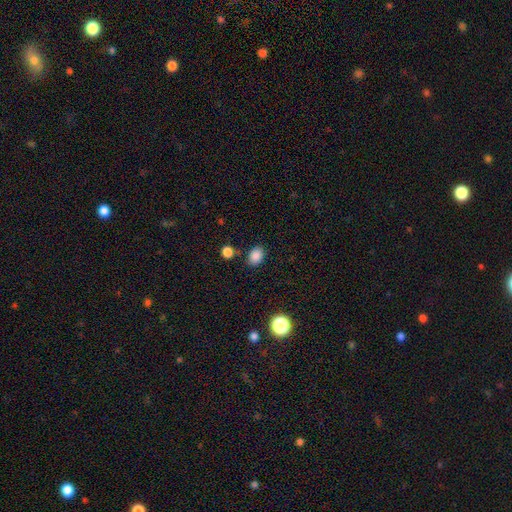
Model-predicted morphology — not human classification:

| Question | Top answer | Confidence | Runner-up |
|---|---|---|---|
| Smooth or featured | smooth | 86% | star or artifact (11%) |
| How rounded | in between | 69% | round (30%) |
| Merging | none | 80% | minor disturbance (12%) |